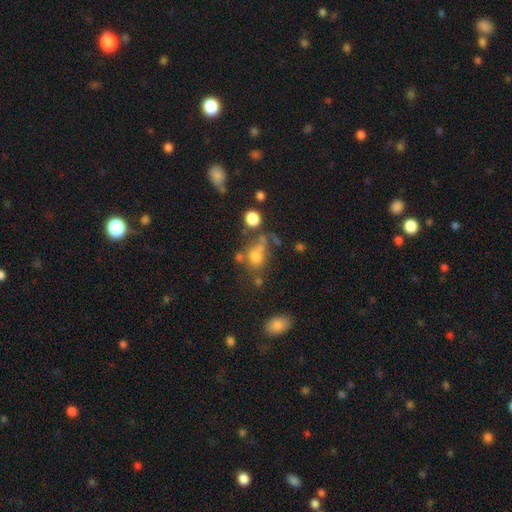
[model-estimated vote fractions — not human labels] Q: Smooth or featured?
A: smooth (67%); runner-up: star or artifact (18%)
Q: How rounded?
A: round (55%); runner-up: in between (43%)
Q: Merging?
A: none (43%); runner-up: merger (26%)